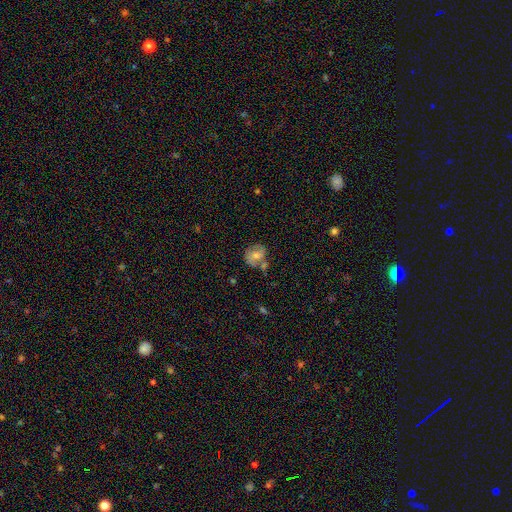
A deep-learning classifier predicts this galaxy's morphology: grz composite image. It shows a smooth galaxy with no disk features (53%) that is round (66%). Merging: none (53%).